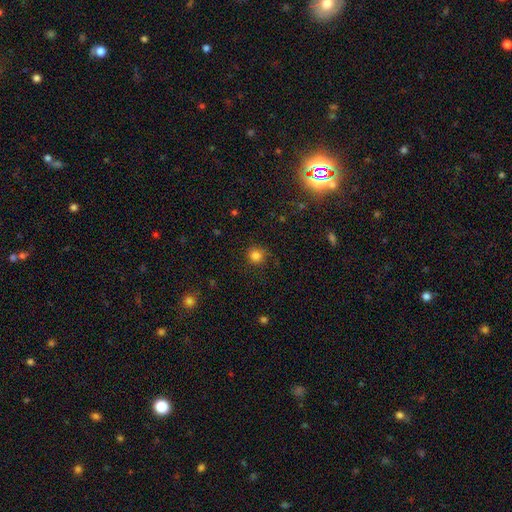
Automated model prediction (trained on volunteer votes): Smooth or featured?
  - smooth: 82% *
  - star or artifact: 13%
  - featured or disk: 5%
How rounded?
  - round: 90% *
  - in between: 9%
  - cigar-shaped: 1%
Merging?
  - none: 82% *
  - minor disturbance: 13%
  - major disturbance: 4%
  - merger: 1%